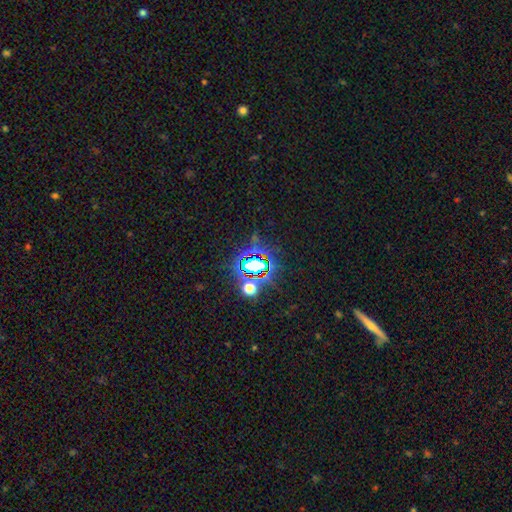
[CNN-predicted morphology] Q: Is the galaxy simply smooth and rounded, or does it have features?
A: star or artifact — 79%.